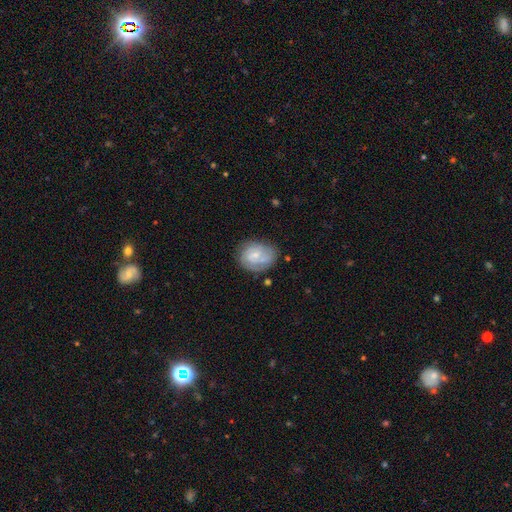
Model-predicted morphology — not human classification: The model was most divided on "bar": no: 51%, weak: 42%, strong: 7%. Remaining: edge-on disk — no (98%); spiral arms — yes (90%); merging — none (69%); smooth or featured — featured or disk (68%); bulge size — small (65%); spiral winding — tight (57%); spiral arm count — 2 (44%).